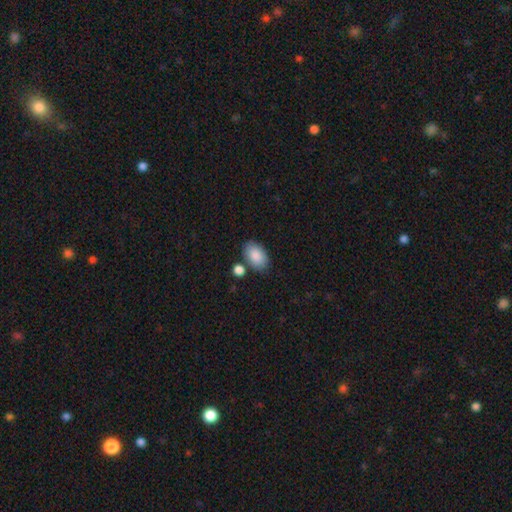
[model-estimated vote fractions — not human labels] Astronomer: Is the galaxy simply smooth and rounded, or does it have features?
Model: smooth — 88%.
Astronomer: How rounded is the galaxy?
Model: in between — 91%.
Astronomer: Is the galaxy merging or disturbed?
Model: none — 74%.